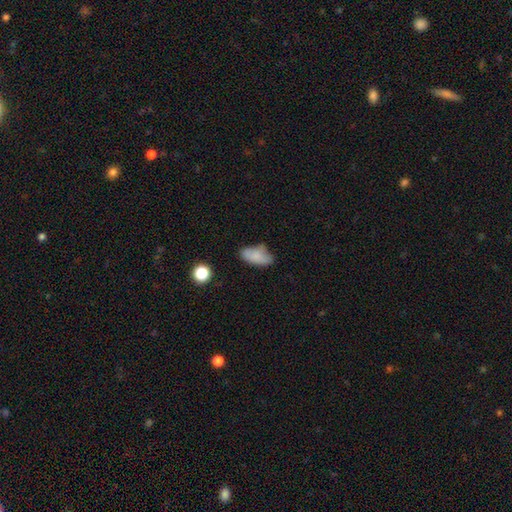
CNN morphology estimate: A smooth galaxy with no disk features (82%) that is in between round and cigar-shaped (90%).

Vote fractions:
- Smooth or featured? smooth: 82% / featured or disk: 10% / star or artifact: 9%
- How rounded? in between: 90% / cigar-shaped: 5% / round: 4%
- Merging? none: 59% / minor disturbance: 28% / major disturbance: 7% / merger: 6%